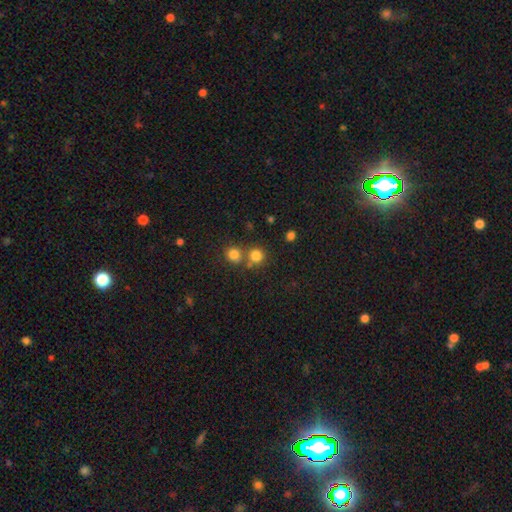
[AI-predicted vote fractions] Smooth or featured? Predicted: smooth (p=0.80). How rounded? Predicted: round (p=0.89). Merging? Predicted: none (p=0.62).